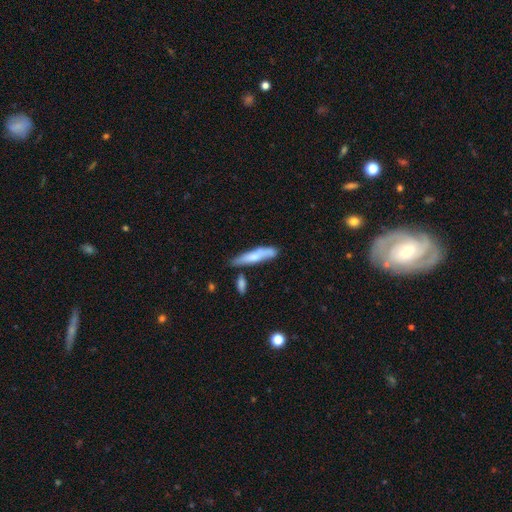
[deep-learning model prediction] Smooth or featured? Predicted: smooth (p=0.66). How rounded? Predicted: cigar-shaped (p=0.82). Merging? Predicted: none (p=0.58).